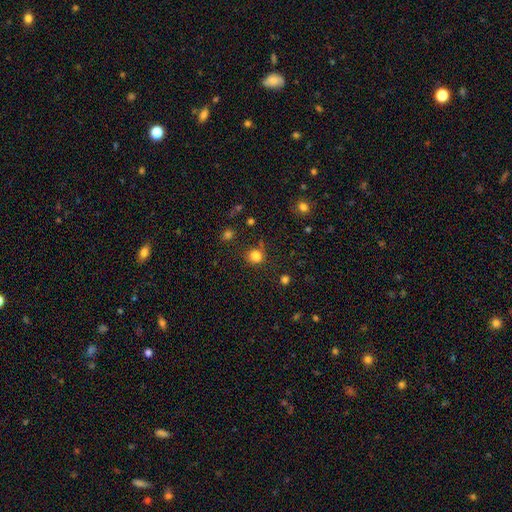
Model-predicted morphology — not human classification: Q: Smooth or featured?
A: smooth (81%); runner-up: star or artifact (15%)
Q: How rounded?
A: round (83%); runner-up: in between (16%)
Q: Merging?
A: none (72%); runner-up: minor disturbance (16%)